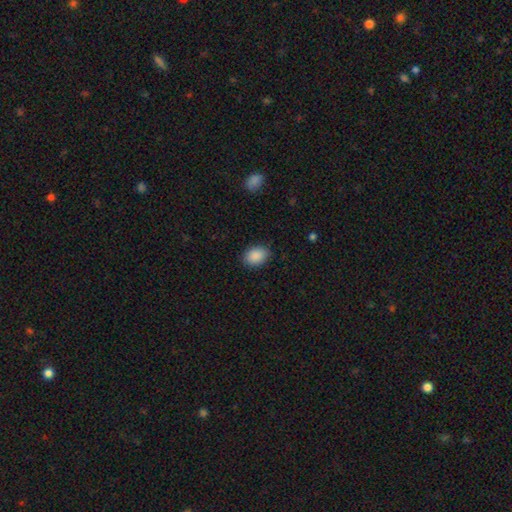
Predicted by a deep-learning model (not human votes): smooth 89%, star or artifact 8%, featured or disk 3%. Down the decision tree: how rounded — in between (74%); merging — none (85%).